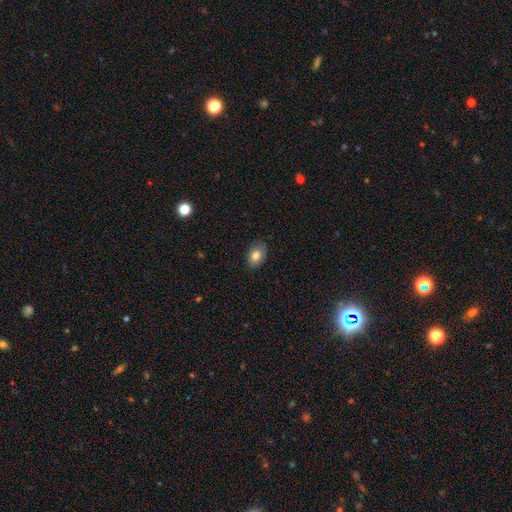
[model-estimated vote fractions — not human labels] smooth_or_featured: smooth (p=0.81) [alt: featured or disk p=0.11]
how_rounded: in between (p=0.82) [alt: round p=0.17]
merging: none (p=0.83) [alt: minor disturbance p=0.13]